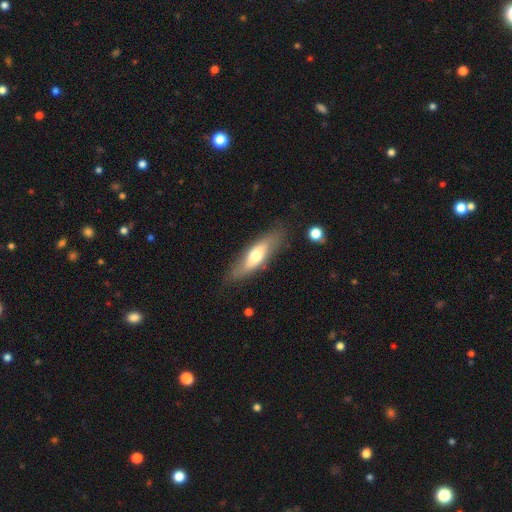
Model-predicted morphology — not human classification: A smooth galaxy with no disk features (53%) that is in between round and cigar-shaped (49%).

Vote fractions:
- Smooth or featured? smooth: 53% / featured or disk: 41% / star or artifact: 6%
- How rounded? in between: 49% / cigar-shaped: 48% / round: 3%
- Merging? none: 77% / minor disturbance: 16% / major disturbance: 5% / merger: 2%